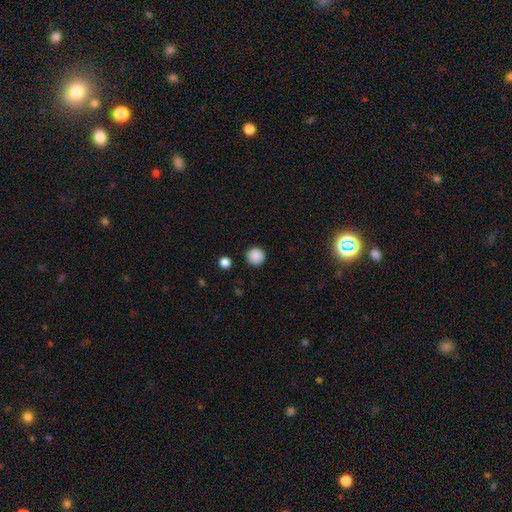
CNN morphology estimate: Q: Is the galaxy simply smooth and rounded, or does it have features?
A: smooth — 87%.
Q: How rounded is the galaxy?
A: round — 95%.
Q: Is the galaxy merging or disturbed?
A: none — 91%.